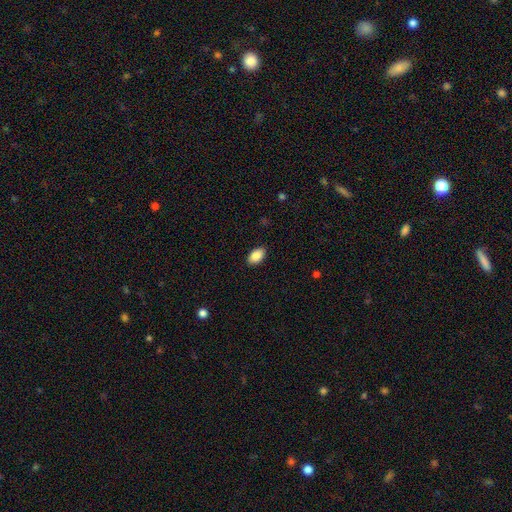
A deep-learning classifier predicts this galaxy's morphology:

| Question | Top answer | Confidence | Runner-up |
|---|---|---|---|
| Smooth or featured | smooth | 89% | star or artifact (7%) |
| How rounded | in between | 92% | round (6%) |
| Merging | none | 89% | minor disturbance (8%) |